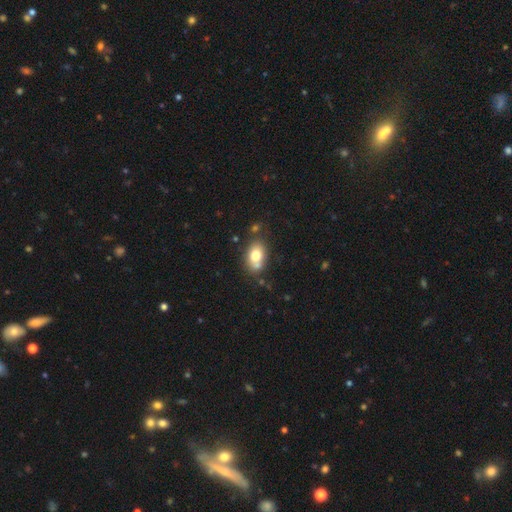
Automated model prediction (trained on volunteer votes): Smooth or featured?
  - smooth: 75% *
  - featured or disk: 16%
  - star or artifact: 9%
How rounded?
  - in between: 78% *
  - round: 21%
  - cigar-shaped: 2%
Merging?
  - none: 60% *
  - merger: 18%
  - minor disturbance: 17%
  - major disturbance: 5%